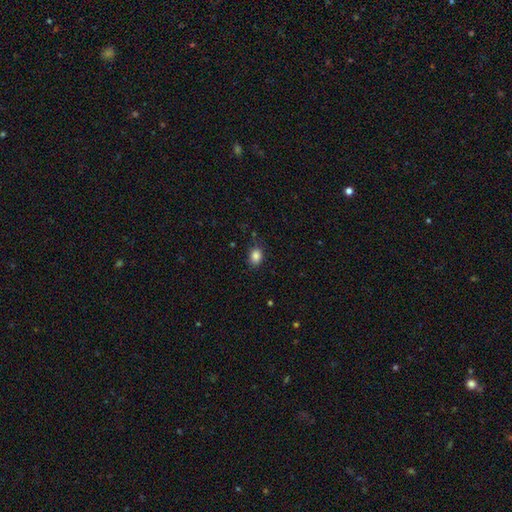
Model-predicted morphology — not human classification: This appears to be a smooth galaxy with no disk features (86%) that is in between round and cigar-shaped (65%). Merging: none (80%).